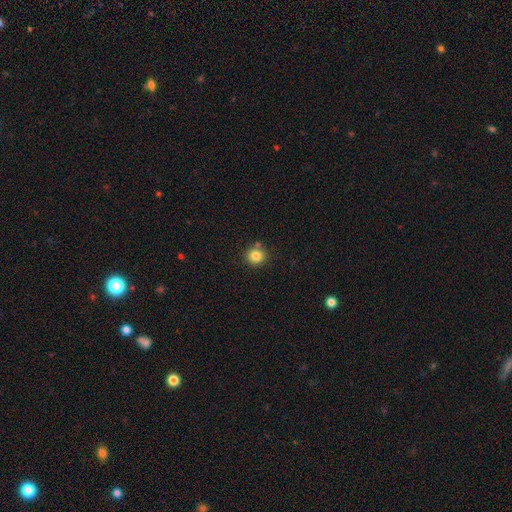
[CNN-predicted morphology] Smooth or featured? Predicted: smooth (p=0.83). How rounded? Predicted: round (p=0.90). Merging? Predicted: none (p=0.81).